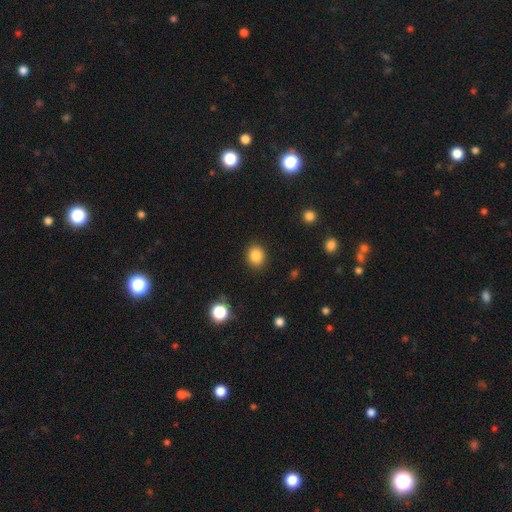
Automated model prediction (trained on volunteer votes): Smooth or featured? smooth (86%)
How rounded? round (66%)
Merging? none (89%)